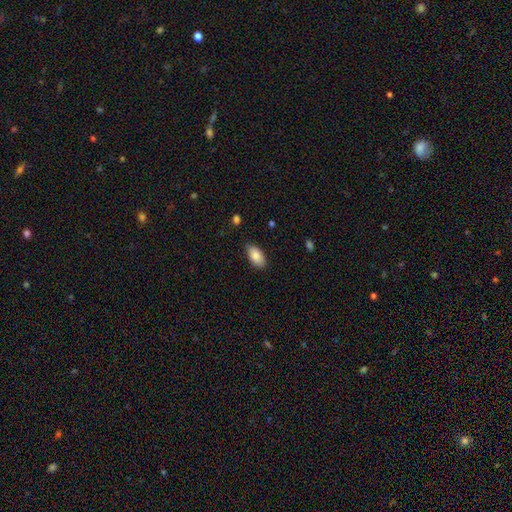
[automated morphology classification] Smooth or featured? Predicted: smooth (p=0.85). How rounded? Predicted: in between (p=0.94). Merging? Predicted: none (p=0.82).